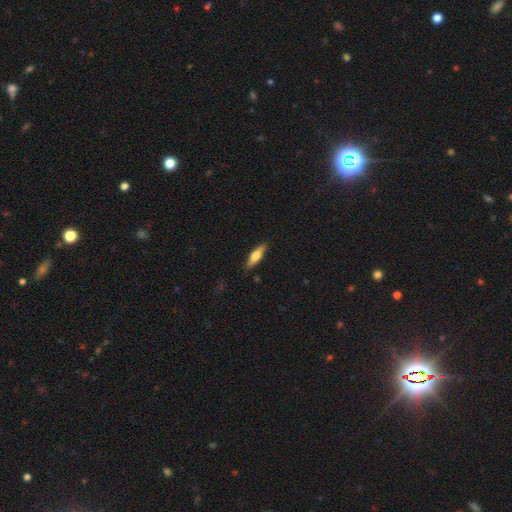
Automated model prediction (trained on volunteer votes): Q: Smooth or featured?
A: smooth (61%); runner-up: featured or disk (34%)
Q: How rounded?
A: cigar-shaped (50%); runner-up: in between (48%)
Q: Merging?
A: none (87%); runner-up: minor disturbance (10%)